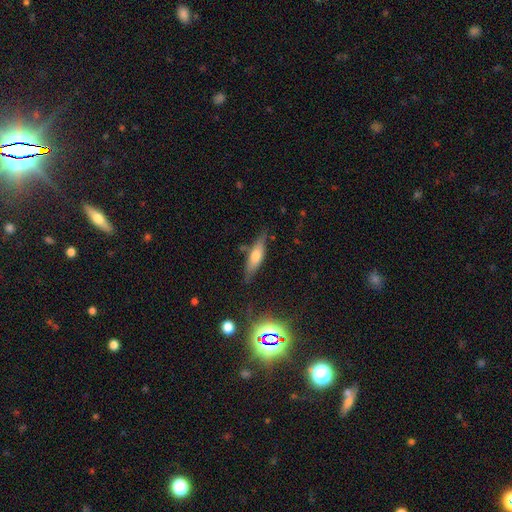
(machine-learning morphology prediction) The model was most divided on "smooth or featured": smooth: 52%, featured or disk: 40%, star or artifact: 8%. More confident: merging — none (74%); how rounded — cigar-shaped (59%).